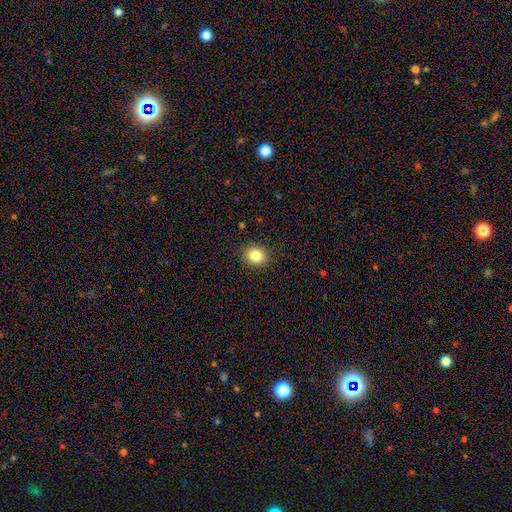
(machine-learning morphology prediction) type=smooth (84%); roundness=round (71%); merging=none (89%).